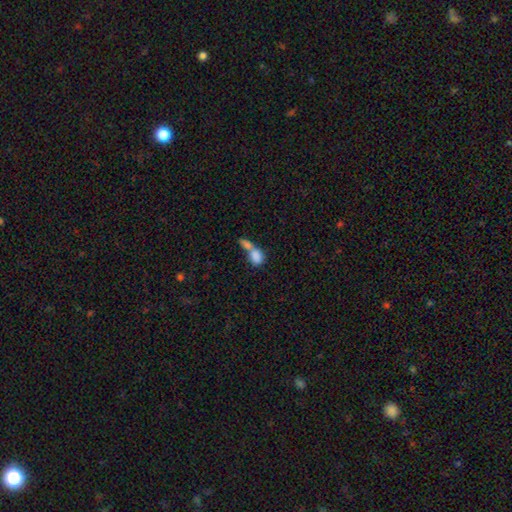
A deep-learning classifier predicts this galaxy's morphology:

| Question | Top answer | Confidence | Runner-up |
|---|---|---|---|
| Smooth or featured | smooth | 81% | featured or disk (11%) |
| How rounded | in between | 64% | round (31%) |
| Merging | merger | 70% | none (18%) |